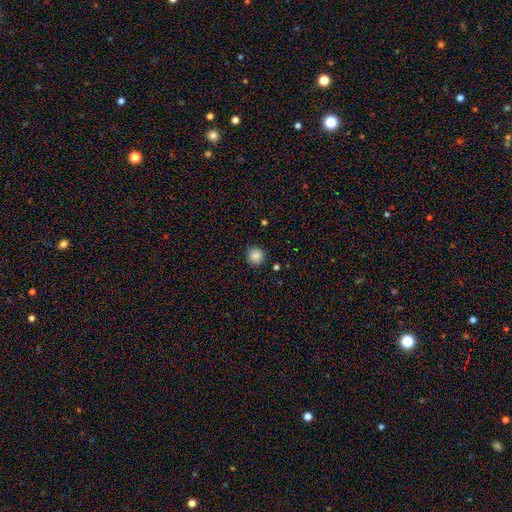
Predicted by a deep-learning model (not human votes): This appears to be a smooth galaxy with no disk features (87%) that is round (95%). Merging: none (91%).